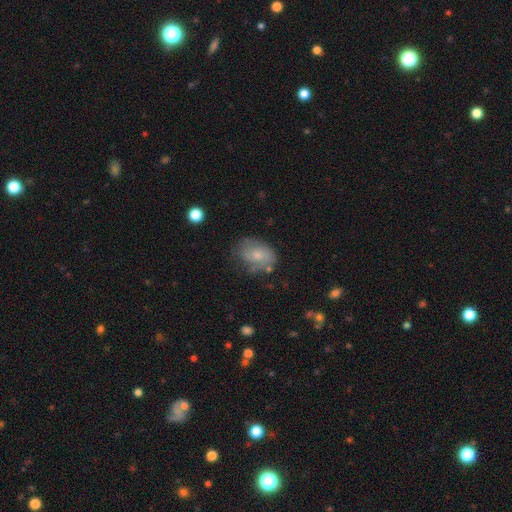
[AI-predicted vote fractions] Morphology: type=smooth (61%); roundness=in between (71%); merging=none (57%).